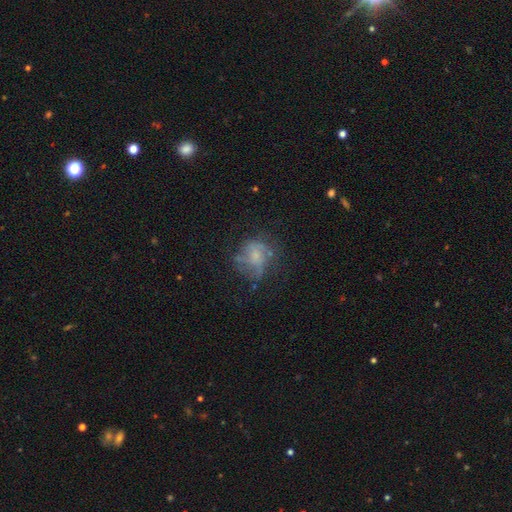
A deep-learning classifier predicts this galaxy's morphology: Smooth or featured?
  - featured or disk: 50% *
  - smooth: 36%
  - star or artifact: 14%
Merging?
  - none: 50% *
  - major disturbance: 25%
  - minor disturbance: 22%
  - merger: 4%